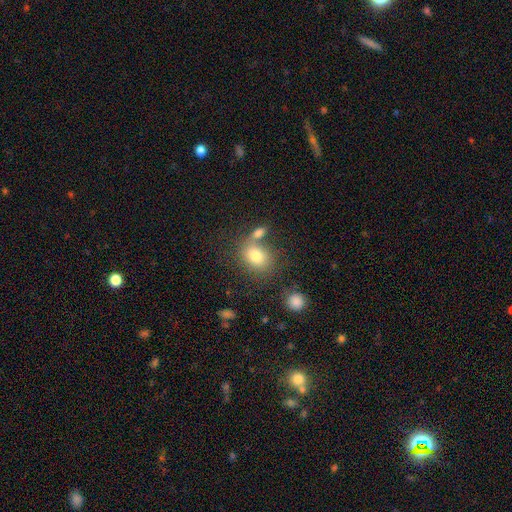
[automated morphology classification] Q: Smooth or featured?
A: smooth (78%); runner-up: featured or disk (12%)
Q: How rounded?
A: in between (50%); runner-up: round (49%)
Q: Merging?
A: none (53%); runner-up: merger (26%)